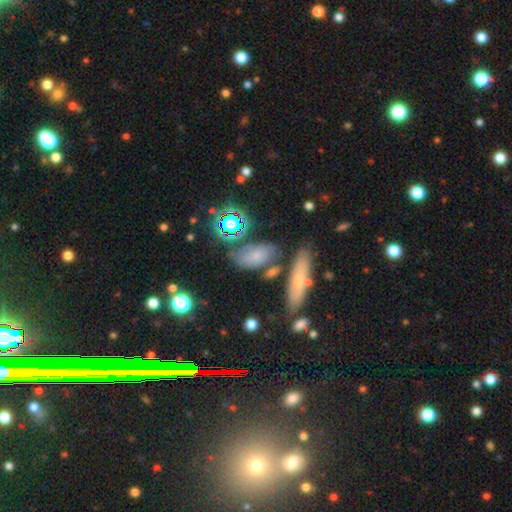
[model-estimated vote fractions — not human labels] The model was most divided on "smooth or featured": smooth: 59%, featured or disk: 24%, star or artifact: 17%. More confident: how rounded — in between (86%); merging — none (61%).